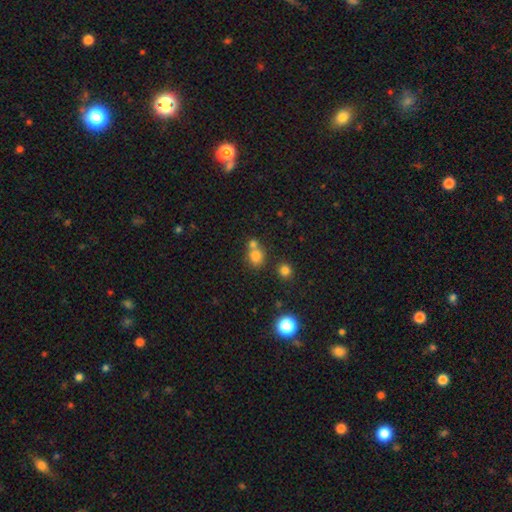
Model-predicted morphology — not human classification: Overall: smooth (76%). How rounded: round (77%). Merging: none (51%; merger 38%).